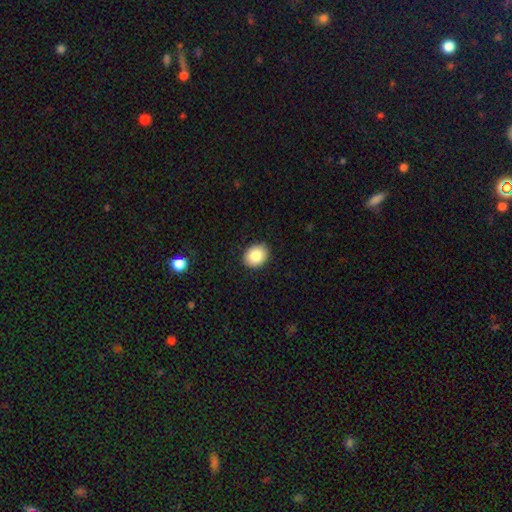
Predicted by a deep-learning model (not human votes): The model was most divided on "how rounded": round: 52%, in between: 48%, cigar-shaped: 1%. More confident: merging — none (90%); smooth or featured — smooth (85%).